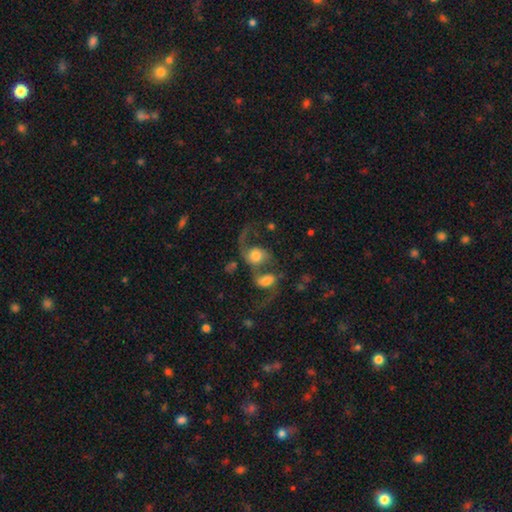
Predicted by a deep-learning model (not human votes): featured or disk 54%, smooth 36%, star or artifact 10%. Down the decision tree: edge-on disk — no (96%); bar — no (70%); spiral arms — yes (81%); bulge size — moderate (44%); merging — merger (59%).